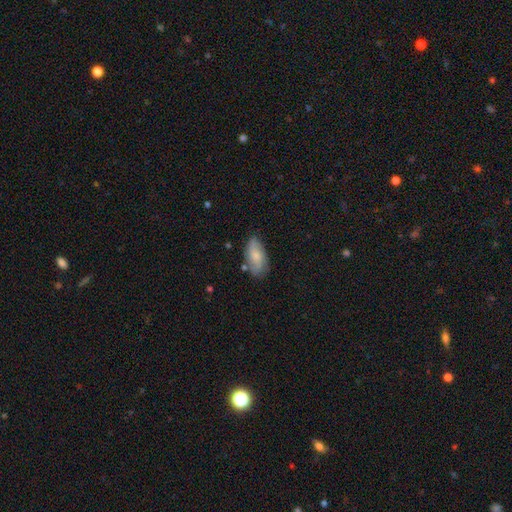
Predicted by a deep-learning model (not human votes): A smooth galaxy with no disk features (60%) that is in between round and cigar-shaped (91%).

Vote fractions:
- Smooth or featured? smooth: 60% / featured or disk: 33% / star or artifact: 7%
- How rounded? in between: 91% / cigar-shaped: 6% / round: 3%
- Merging? none: 68% / minor disturbance: 23% / major disturbance: 5% / merger: 4%